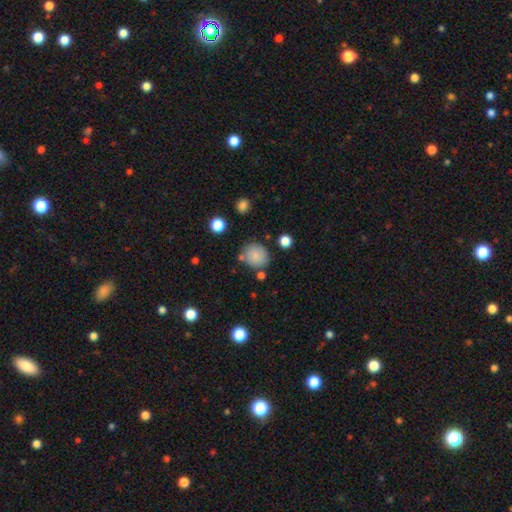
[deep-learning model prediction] Smooth or featured: smooth — 82% (star or artifact — 10%)
How rounded: round — 82% (in between — 17%)
Merging: none — 76% (minor disturbance — 13%)